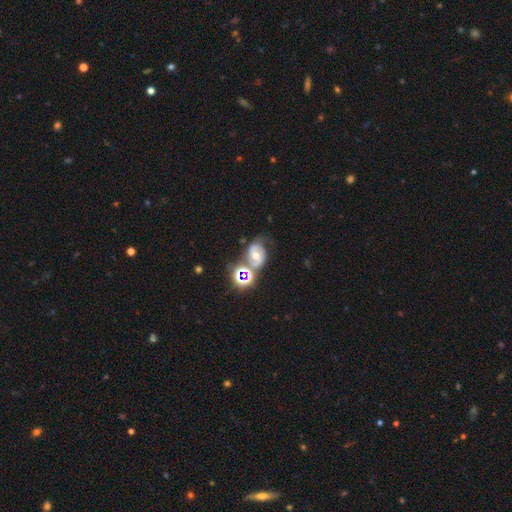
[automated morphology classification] Smooth or featured: featured or disk — 62% (smooth — 21%)
Edge-on disk: no — 96% (yes — 4%)
Bar: no — 41% (weak — 36%)
Spiral arms: yes — 82% (no — 18%)
Bulge size: moderate — 67% (small — 25%)
Merging: none — 49% (minor disturbance — 21%)